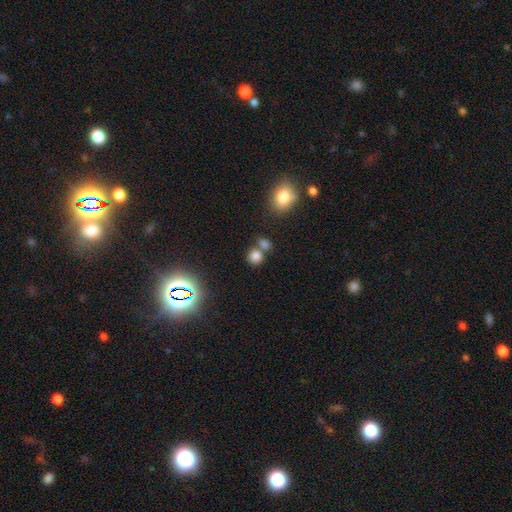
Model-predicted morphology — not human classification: Smooth or featured? Predicted: smooth (p=0.75). How rounded? Predicted: round (p=0.80). Merging? Predicted: none (p=0.56).